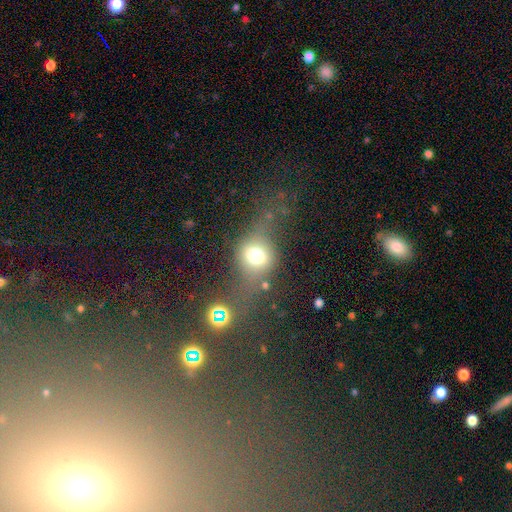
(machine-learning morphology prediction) Smooth or featured? Predicted: smooth (p=0.55). How rounded? Predicted: round (p=0.65). Merging? Predicted: none (p=0.56).